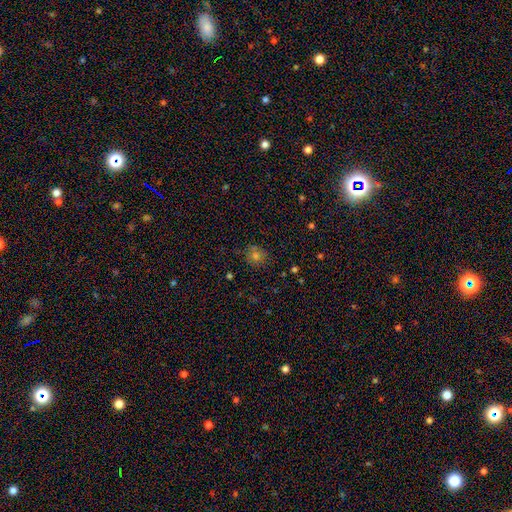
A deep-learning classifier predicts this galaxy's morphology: Overall: smooth (62%; star or artifact 25%). How rounded: round (85%). Merging: none (79%).